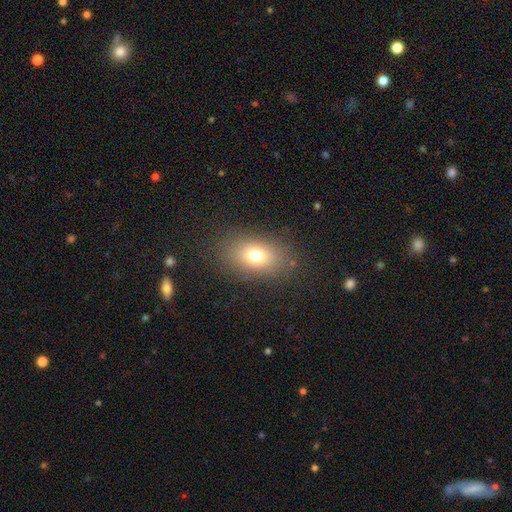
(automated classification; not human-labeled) Morphology: type=smooth (73%); roundness=in between (78%); merging=none (83%).